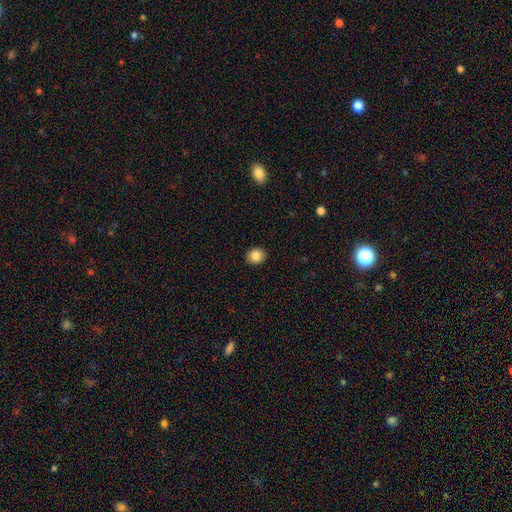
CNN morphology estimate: smooth_or_featured: smooth (p=0.86) [alt: star or artifact p=0.09]
how_rounded: round (p=0.74) [alt: in between p=0.25]
merging: none (p=0.91) [alt: minor disturbance p=0.06]